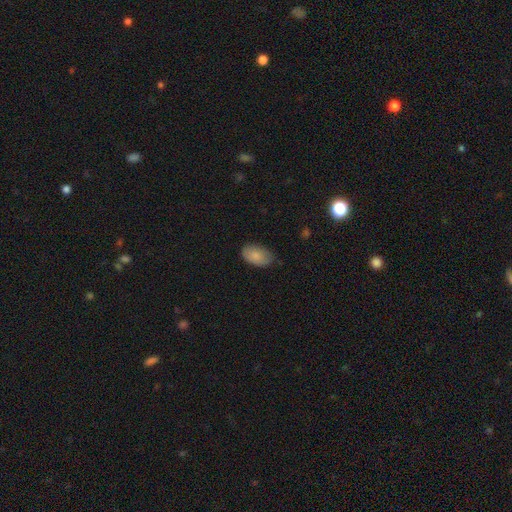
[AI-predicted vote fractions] Smooth or featured? Predicted: smooth (p=0.84). How rounded? Predicted: in between (p=0.93). Merging? Predicted: none (p=0.71).